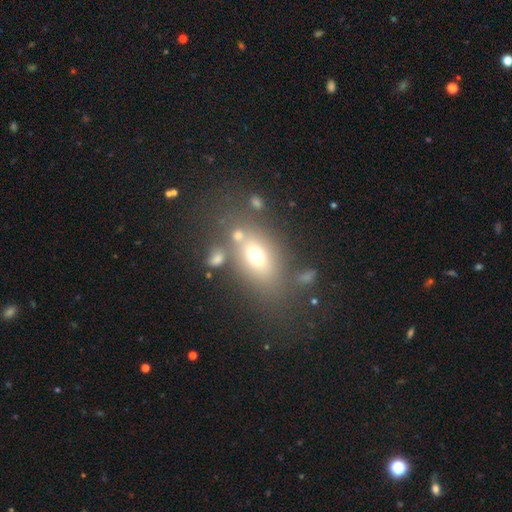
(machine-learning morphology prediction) Overall: smooth (63%). How rounded: in between (77%). Merging: none (63%).